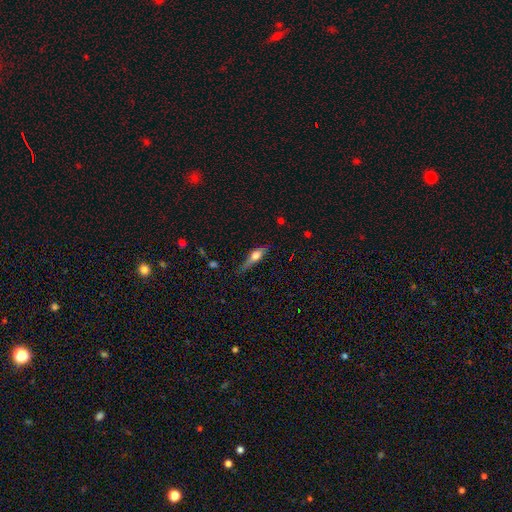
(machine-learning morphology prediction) This appears to be a featured or disk galaxy (47%). Merging: none (62%).